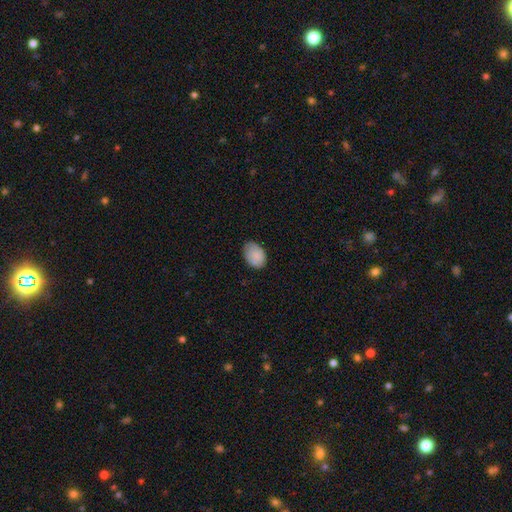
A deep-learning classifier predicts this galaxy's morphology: smooth_or_featured: smooth (p=0.82) [alt: featured or disk p=0.11]
how_rounded: in between (p=0.81) [alt: round p=0.18]
merging: none (p=0.71) [alt: minor disturbance p=0.24]